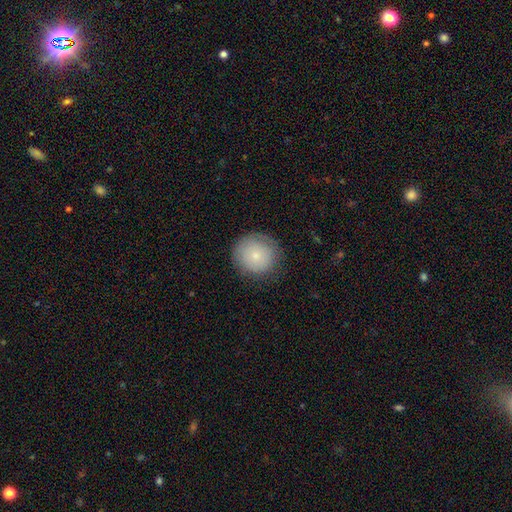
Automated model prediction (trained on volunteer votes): Q: Smooth or featured?
A: smooth (78%); runner-up: featured or disk (14%)
Q: How rounded?
A: round (92%); runner-up: in between (7%)
Q: Merging?
A: none (80%); runner-up: minor disturbance (14%)